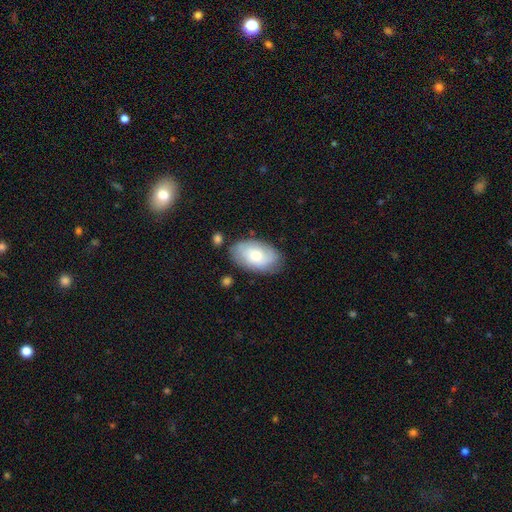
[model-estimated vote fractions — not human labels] A smooth galaxy with no disk features (65%) that is in between round and cigar-shaped (93%).

Vote fractions:
- Smooth or featured? smooth: 65% / featured or disk: 29% / star or artifact: 6%
- How rounded? in between: 93% / round: 6% / cigar-shaped: 1%
- Merging? none: 75% / minor disturbance: 18% / major disturbance: 4% / merger: 3%